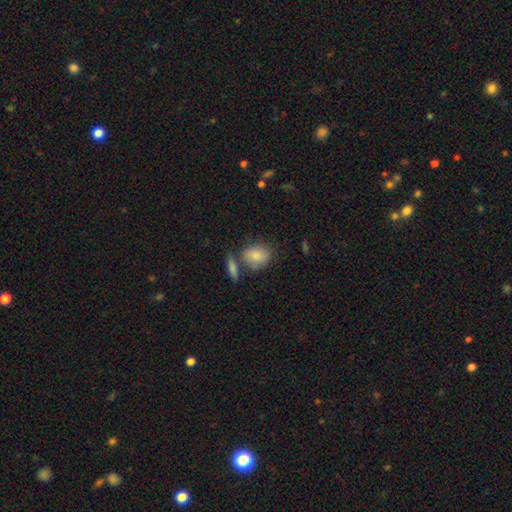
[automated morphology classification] Overall: smooth (83%). How rounded: in between (69%; round 29%). Merging: none (54%; merger 22%).